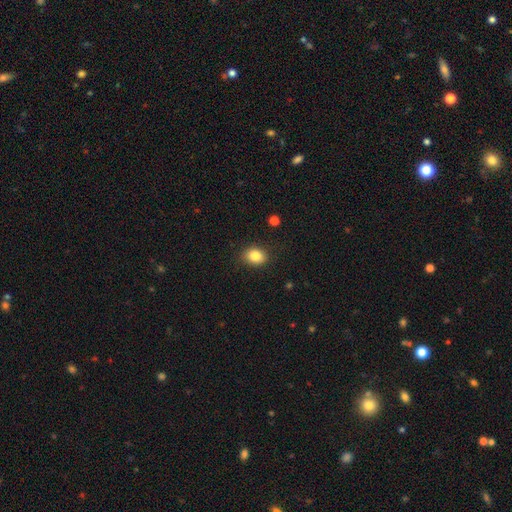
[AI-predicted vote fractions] Smooth or featured? smooth (85%)
How rounded? in between (61%)
Merging? none (85%)